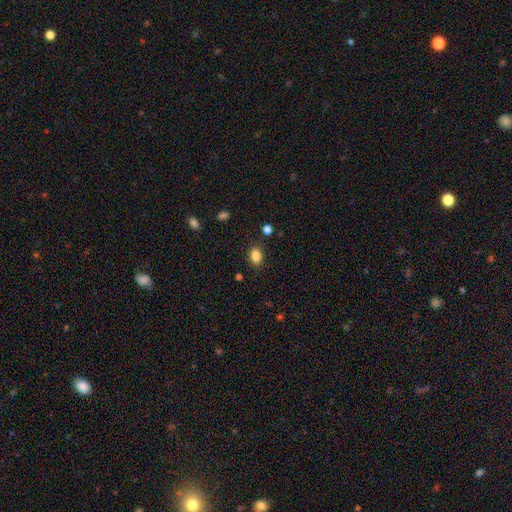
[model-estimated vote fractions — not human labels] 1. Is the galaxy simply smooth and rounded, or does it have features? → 85% smooth, 10% star or artifact, 5% featured or disk.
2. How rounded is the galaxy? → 77% in between, 22% round, 1% cigar-shaped.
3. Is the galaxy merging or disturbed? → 85% none, 10% minor disturbance, 3% major disturbance, 2% merger.